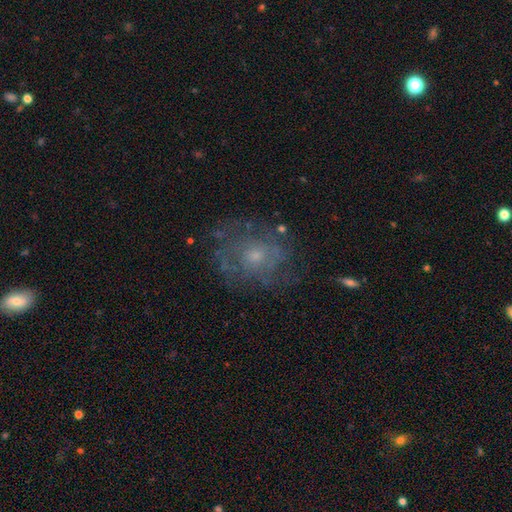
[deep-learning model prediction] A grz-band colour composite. It shows a featured or disk galaxy (61%) with no bar (84%), spiral arms (63%) and a small central bulge (53%). Merging: none (68%).